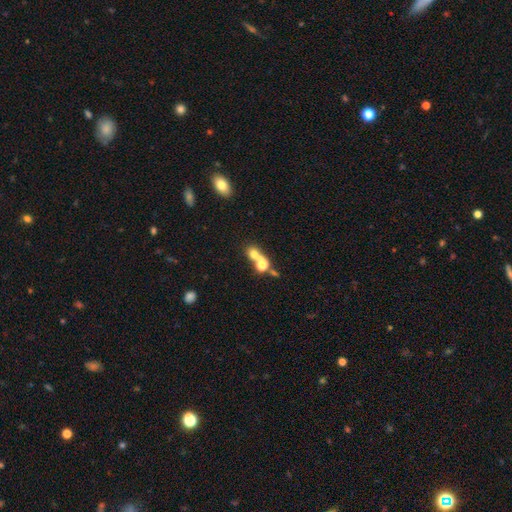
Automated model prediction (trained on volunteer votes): The model was most divided on "merging": merger: 61%, none: 29%, minor disturbance: 6%, major disturbance: 5%. More confident: how rounded — round (72%); smooth or featured — smooth (65%).